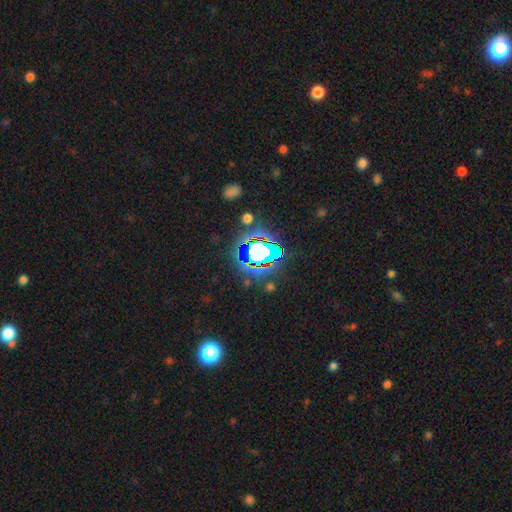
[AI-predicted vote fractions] Overall: star or artifact (61%; smooth 22%).